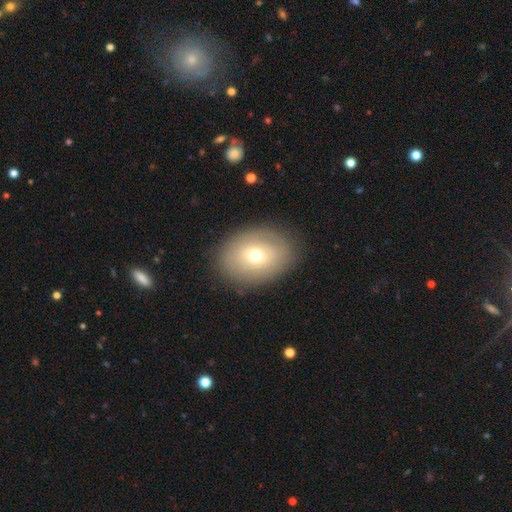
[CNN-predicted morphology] Smooth or featured? smooth (66%)
How rounded? in between (67%)
Merging? none (86%)